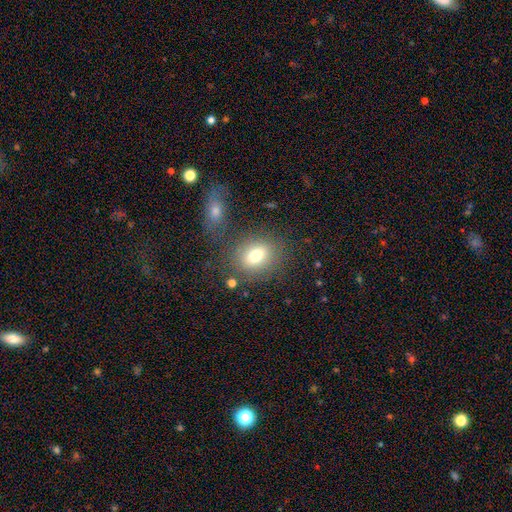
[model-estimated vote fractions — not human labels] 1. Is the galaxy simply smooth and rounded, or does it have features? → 75% smooth, 13% featured or disk, 12% star or artifact.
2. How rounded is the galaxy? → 53% in between, 46% round, 1% cigar-shaped.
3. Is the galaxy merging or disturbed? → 74% none, 12% minor disturbance, 9% merger, 5% major disturbance.